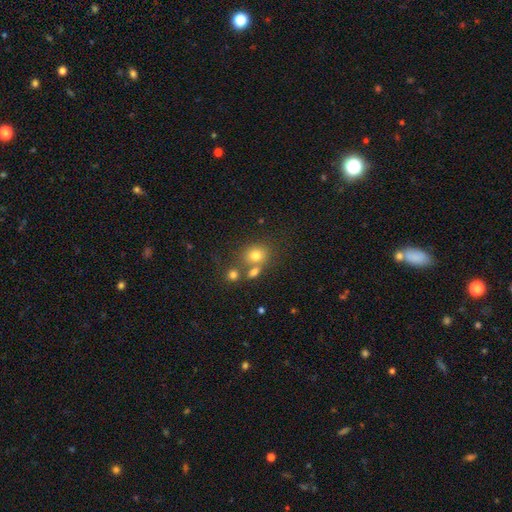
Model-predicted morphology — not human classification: Smooth or featured? smooth (75%)
How rounded? round (64%)
Merging? none (56%)